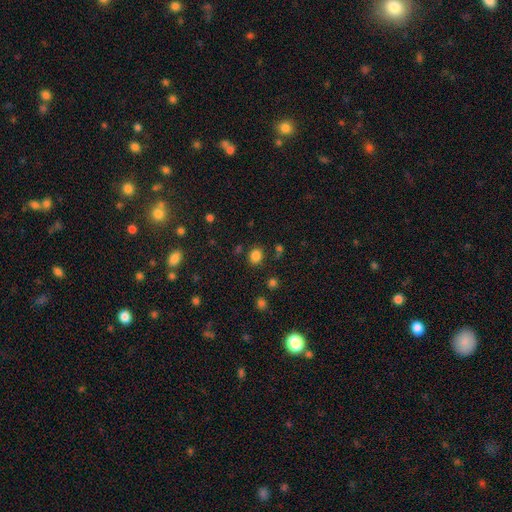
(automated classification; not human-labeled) Overall: smooth (82%). How rounded: round (73%). Merging: none (84%).